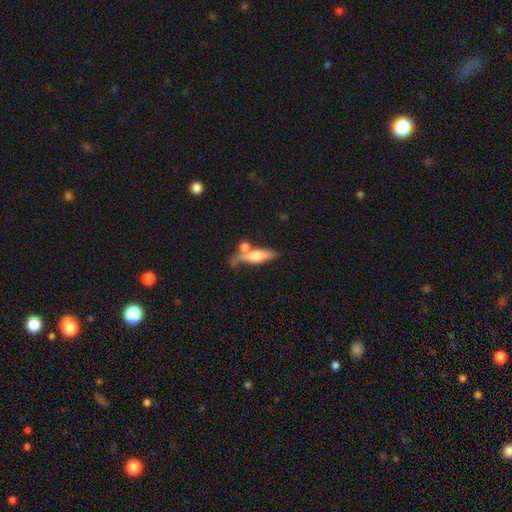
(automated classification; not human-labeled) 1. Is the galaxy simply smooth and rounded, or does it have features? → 58% smooth, 35% featured or disk, 7% star or artifact.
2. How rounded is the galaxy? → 62% cigar-shaped, 34% in between, 4% round.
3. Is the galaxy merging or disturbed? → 43% none, 29% merger, 18% minor disturbance, 10% major disturbance.